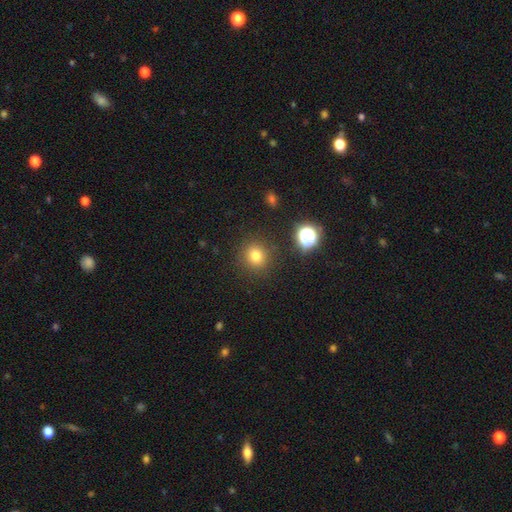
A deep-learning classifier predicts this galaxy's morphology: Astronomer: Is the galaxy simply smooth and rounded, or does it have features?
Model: smooth — 77%.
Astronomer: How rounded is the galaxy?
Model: round — 87%.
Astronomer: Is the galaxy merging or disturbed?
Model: none — 87%.